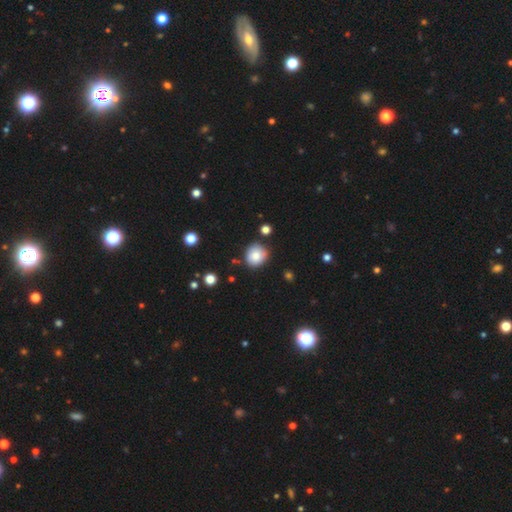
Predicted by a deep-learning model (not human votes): smooth 81%, featured or disk 9%, star or artifact 9%. Down the decision tree: how rounded — round (83%); merging — none (77%).